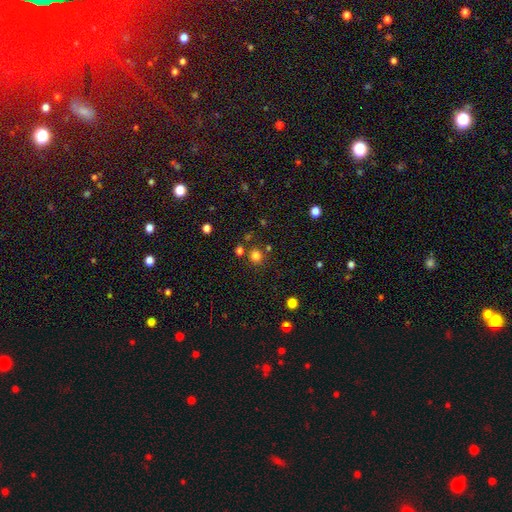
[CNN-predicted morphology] type=smooth (78%); roundness=round (89%); merging=none (81%).